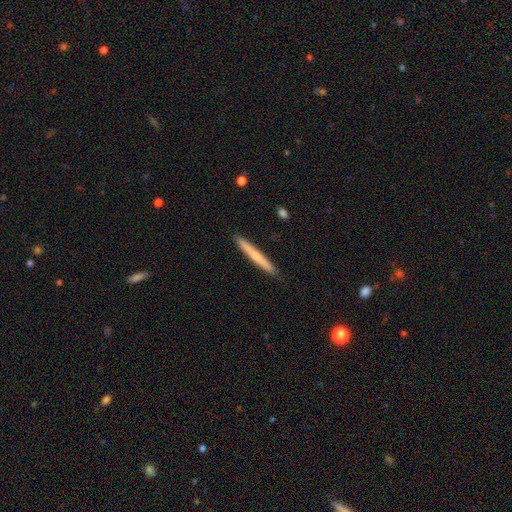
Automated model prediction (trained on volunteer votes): smooth 62%, featured or disk 32%, star or artifact 5%. Down the decision tree: how rounded — cigar-shaped (97%); merging — none (91%).